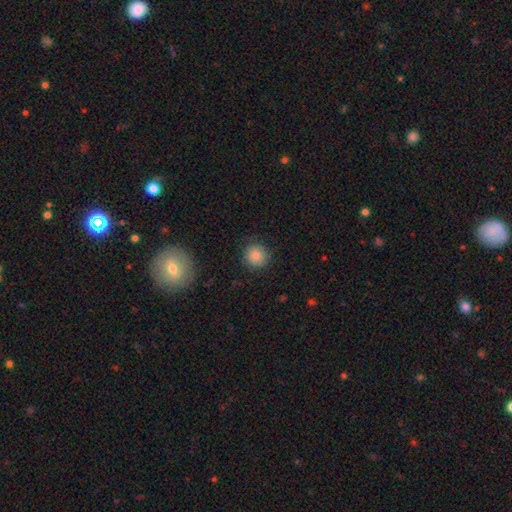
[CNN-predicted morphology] This is clearly a smooth galaxy (86%). How rounded: clearly round (91%). Merging: clearly none (88%).